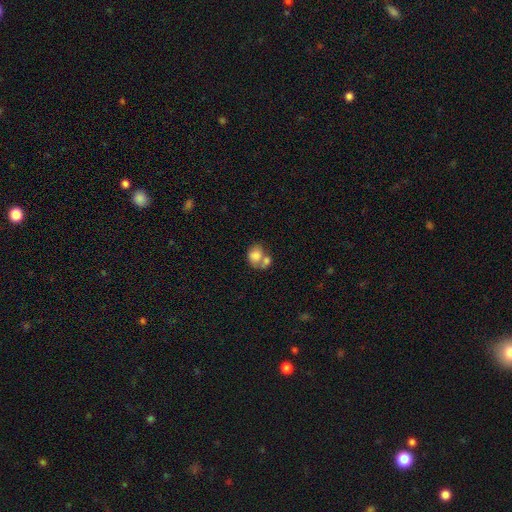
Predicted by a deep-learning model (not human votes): Smooth or featured: smooth — 75% (featured or disk — 17%)
How rounded: in between — 52% (round — 47%)
Merging: merger — 58% (none — 24%)